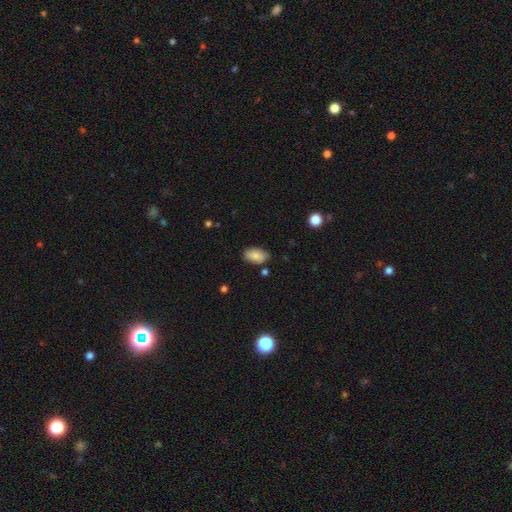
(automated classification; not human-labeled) A smooth galaxy with no disk features (83%) that is in between round and cigar-shaped (93%).

Vote fractions:
- Smooth or featured? smooth: 83% / featured or disk: 9% / star or artifact: 8%
- How rounded? in between: 93% / round: 6% / cigar-shaped: 2%
- Merging? none: 75% / minor disturbance: 18% / merger: 3% / major disturbance: 3%